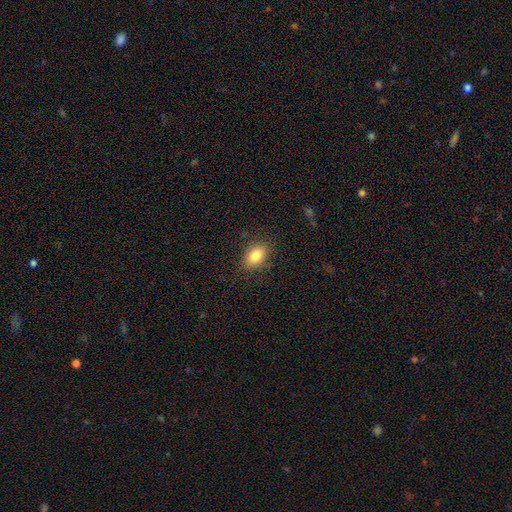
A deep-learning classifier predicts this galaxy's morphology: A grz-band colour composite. It shows a smooth galaxy with no disk features (83%) that is in between round and cigar-shaped (84%). Merging: none (85%).